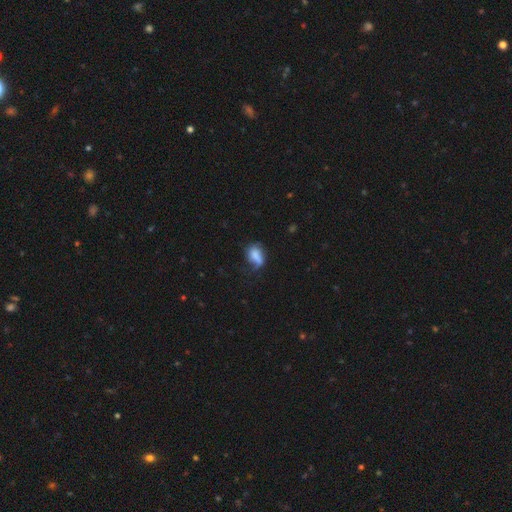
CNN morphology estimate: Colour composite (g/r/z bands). It shows a smooth galaxy with no disk features (67%) that is in between round and cigar-shaped (79%). Merging: none (35%).